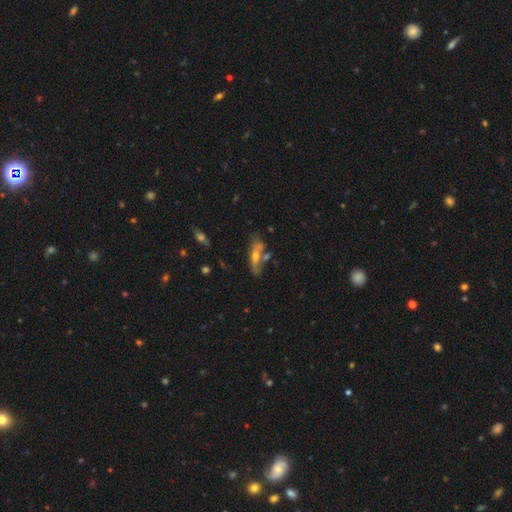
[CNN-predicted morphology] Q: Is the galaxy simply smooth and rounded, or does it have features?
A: featured or disk — 48%.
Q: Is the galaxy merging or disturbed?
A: none — 46%.